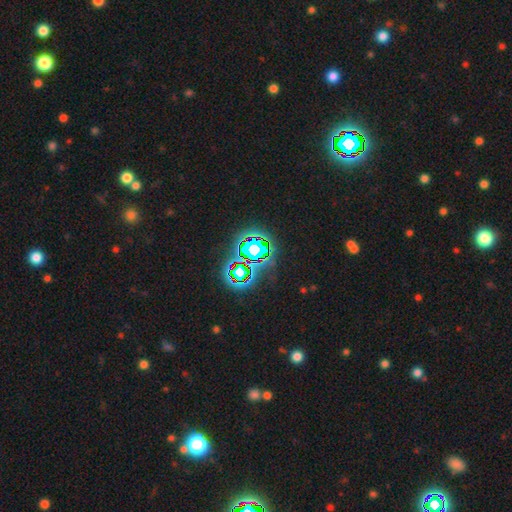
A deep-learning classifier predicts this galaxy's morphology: type=star or artifact (80%).